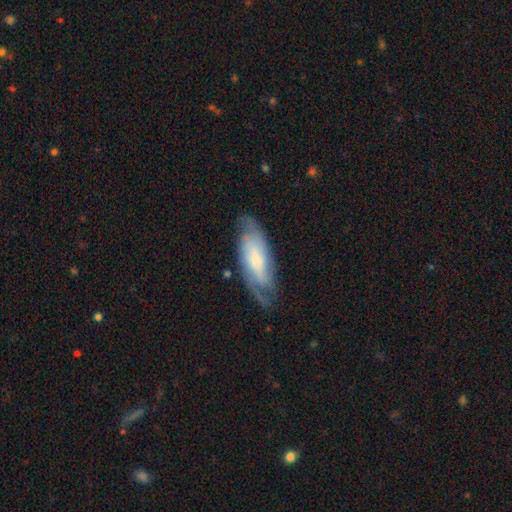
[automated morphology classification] This is likely a featured or disk galaxy (66%). It is clearly not viewed edge-on (85%). Bar: possibly no (56%). Spiral arm pattern: clearly yes (91%). Spiral arm count: possibly 2 (49%). Spiral winding: possibly tight (48%). Central bulge: marginally small (36%). Merging: likely none (73%).